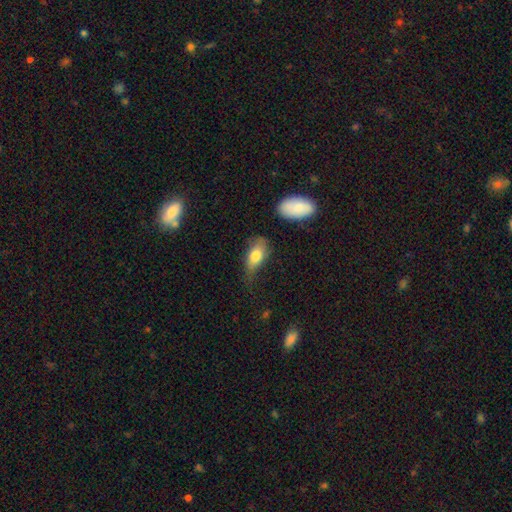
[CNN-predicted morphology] The model was most divided on "merging": none: 38%, minor disturbance: 37%, major disturbance: 21%, merger: 5%. More confident: how rounded — in between (87%); smooth or featured — smooth (76%).